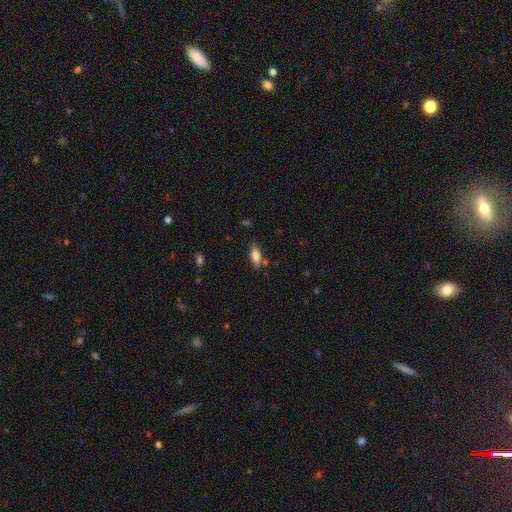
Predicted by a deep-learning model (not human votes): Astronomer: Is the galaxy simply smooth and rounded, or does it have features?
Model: smooth — 80%.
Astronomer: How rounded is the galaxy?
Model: in between — 76%.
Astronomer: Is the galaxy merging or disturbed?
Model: none — 75%.